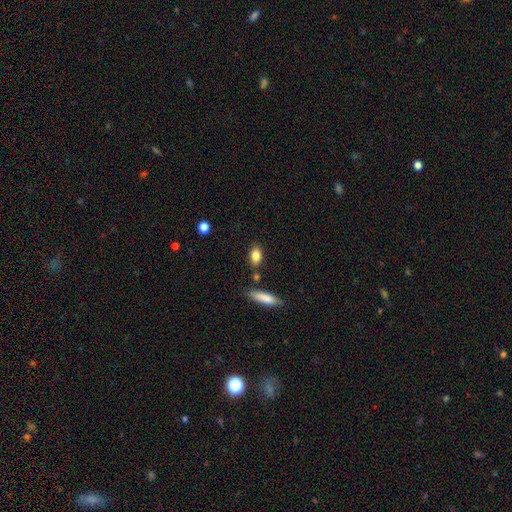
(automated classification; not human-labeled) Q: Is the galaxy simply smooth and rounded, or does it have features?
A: smooth — 83%.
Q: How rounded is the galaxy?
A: in between — 84%.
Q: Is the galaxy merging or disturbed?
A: none — 78%.